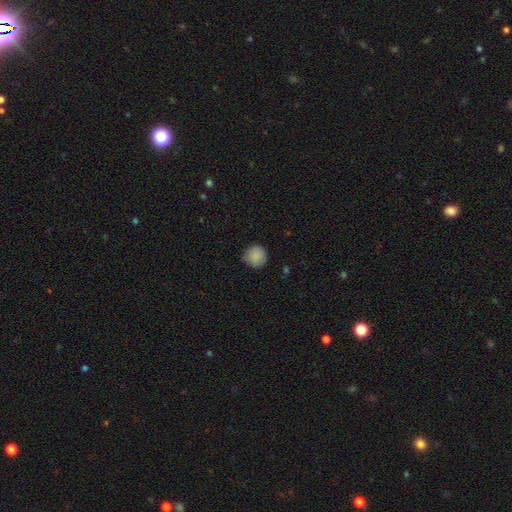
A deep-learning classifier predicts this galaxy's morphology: smooth_or_featured: smooth (p=0.87) [alt: star or artifact p=0.08]
how_rounded: round (p=0.94) [alt: in between p=0.05]
merging: none (p=0.82) [alt: minor disturbance p=0.14]